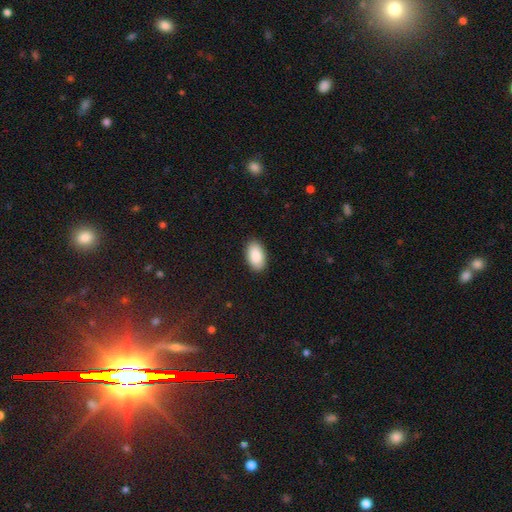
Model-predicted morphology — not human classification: Smooth or featured?
  - smooth: 91% *
  - star or artifact: 6%
  - featured or disk: 4%
How rounded?
  - in between: 95% *
  - round: 3%
  - cigar-shaped: 1%
Merging?
  - none: 89% *
  - minor disturbance: 8%
  - major disturbance: 2%
  - merger: 1%